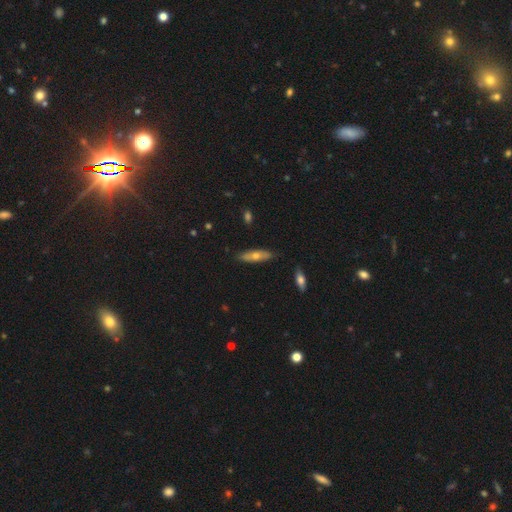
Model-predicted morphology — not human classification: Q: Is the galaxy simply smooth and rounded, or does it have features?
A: smooth — 54%.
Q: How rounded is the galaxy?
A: cigar-shaped — 62%.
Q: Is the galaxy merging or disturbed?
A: none — 84%.